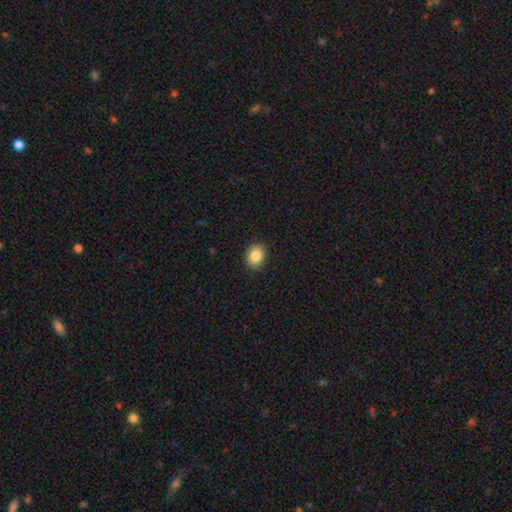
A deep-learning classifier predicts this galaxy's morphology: Smooth or featured? Predicted: smooth (p=0.86). How rounded? Predicted: in between (p=0.62). Merging? Predicted: none (p=0.91).